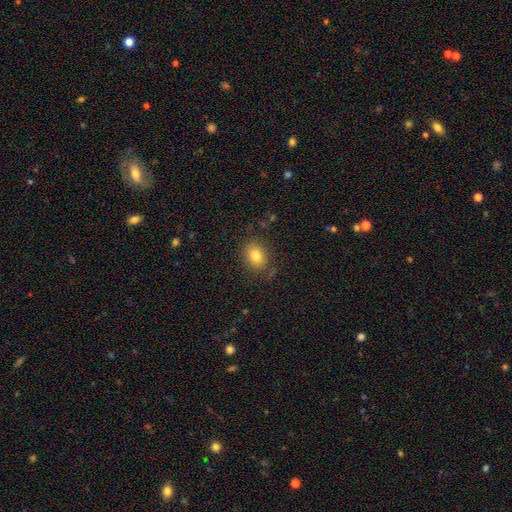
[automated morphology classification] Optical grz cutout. It shows a smooth galaxy with no disk features (80%) that is in between round and cigar-shaped (60%). Merging: none (82%).